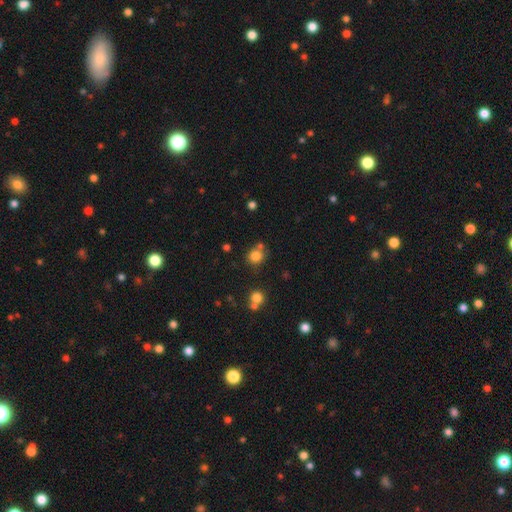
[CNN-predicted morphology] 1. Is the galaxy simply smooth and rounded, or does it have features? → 80% smooth, 13% star or artifact, 6% featured or disk.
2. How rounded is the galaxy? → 83% round, 16% in between, 1% cigar-shaped.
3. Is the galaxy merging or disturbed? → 65% none, 18% merger, 12% minor disturbance, 4% major disturbance.